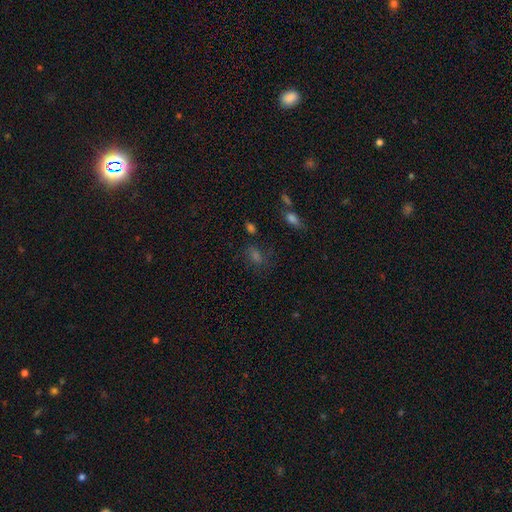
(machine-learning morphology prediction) type=smooth (43%); merging=none (68%).